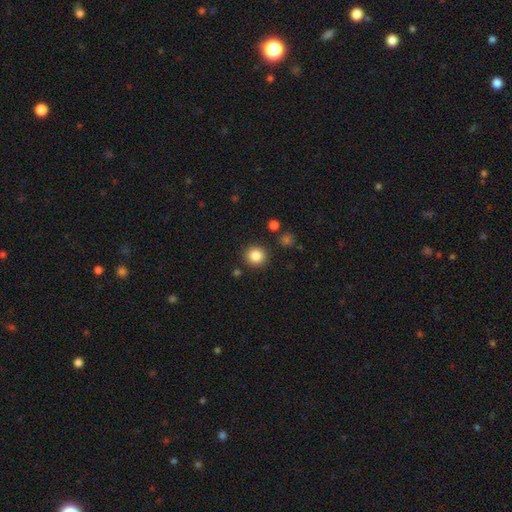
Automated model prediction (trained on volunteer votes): This appears to be a smooth galaxy with no disk features (85%) that is round (92%). Merging: none (89%).